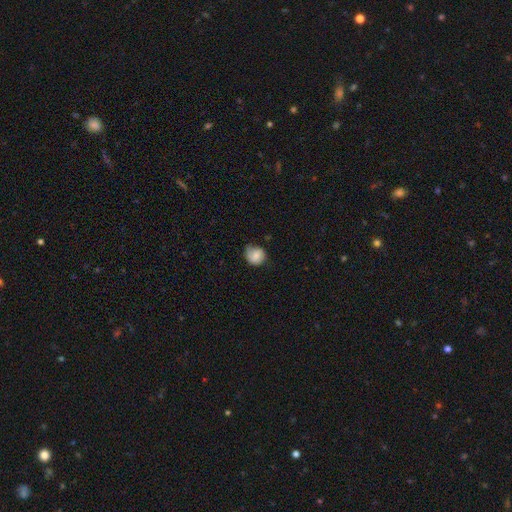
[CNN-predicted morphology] A smooth galaxy with no disk features (71%) that is round (73%). Merging: none (54%).